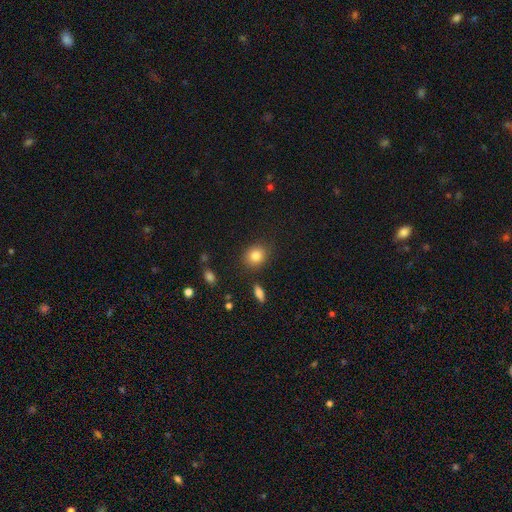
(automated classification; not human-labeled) The model was most divided on "how rounded": round: 68%, in between: 31%, cigar-shaped: 1%. More confident: merging — none (84%); smooth or featured — smooth (84%).